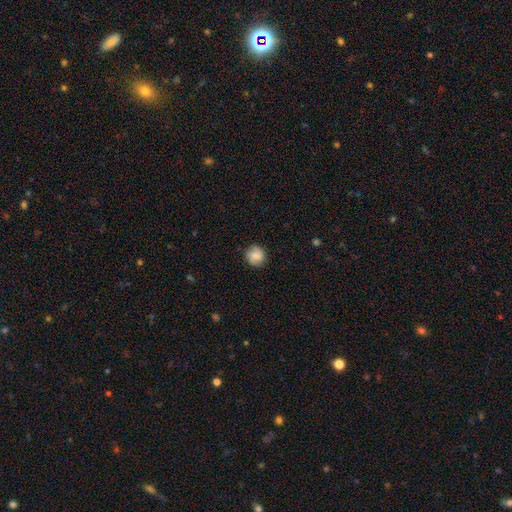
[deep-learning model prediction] Smooth or featured?
  - smooth: 76% *
  - featured or disk: 16%
  - star or artifact: 8%
How rounded?
  - round: 88% *
  - in between: 11%
  - cigar-shaped: 1%
Merging?
  - none: 84% *
  - minor disturbance: 12%
  - major disturbance: 3%
  - merger: 1%